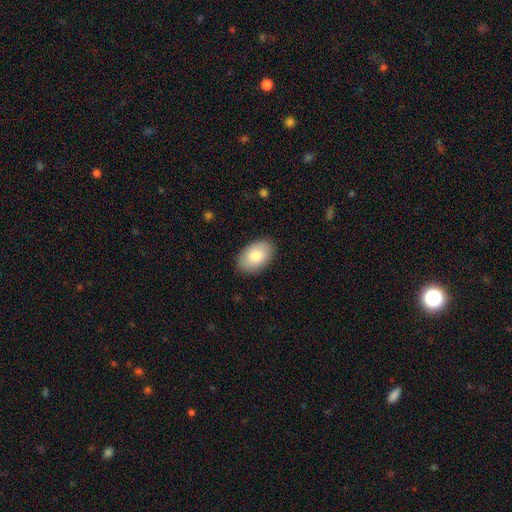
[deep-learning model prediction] Morphology: type=smooth (82%); roundness=in between (93%); merging=none (88%).